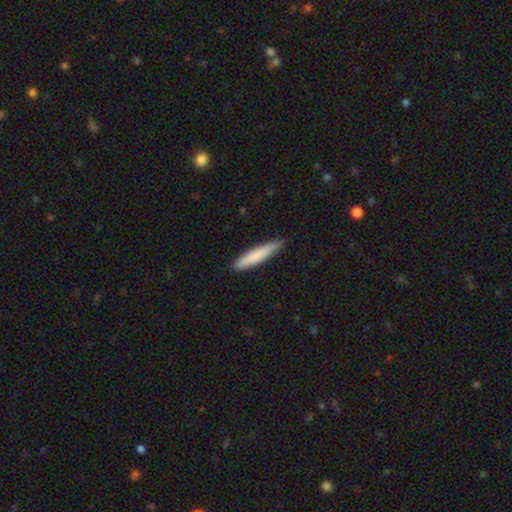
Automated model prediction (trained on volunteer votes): Overall: smooth (79%). How rounded: cigar-shaped (91%). Merging: none (87%).